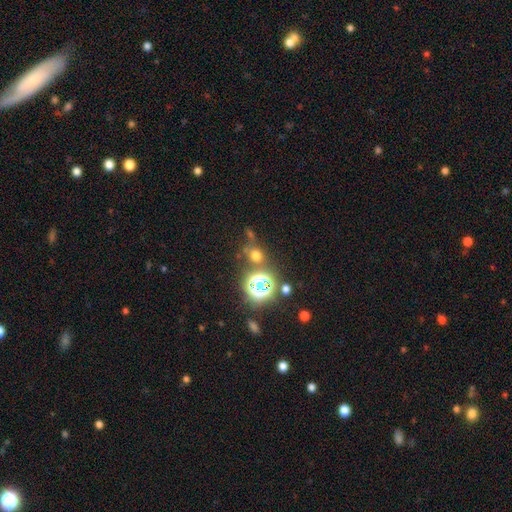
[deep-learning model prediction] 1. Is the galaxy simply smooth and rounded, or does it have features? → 56% smooth, 35% star or artifact, 9% featured or disk.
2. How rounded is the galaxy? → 79% round, 19% in between, 2% cigar-shaped.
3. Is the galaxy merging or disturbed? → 67% none, 14% merger, 12% minor disturbance, 7% major disturbance.